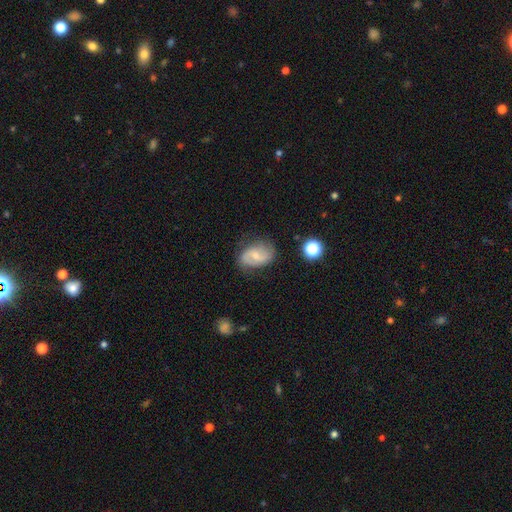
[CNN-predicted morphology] This appears to be a featured or disk galaxy (59%) with a weak bar (48%), spiral arms (84%) and a small central bulge (55%). Merging: none (68%).